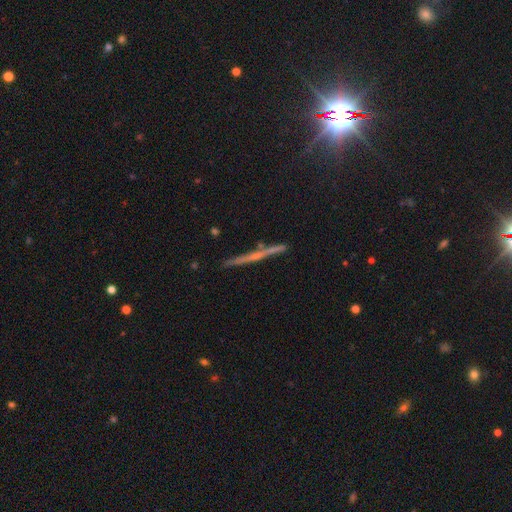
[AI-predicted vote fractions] Smooth or featured: featured or disk — 66% (smooth — 24%)
Edge-on disk: yes — 97% (no — 3%)
Edge-on bulge: none — 56% (rounded — 35%)
Merging: none — 86% (minor disturbance — 9%)